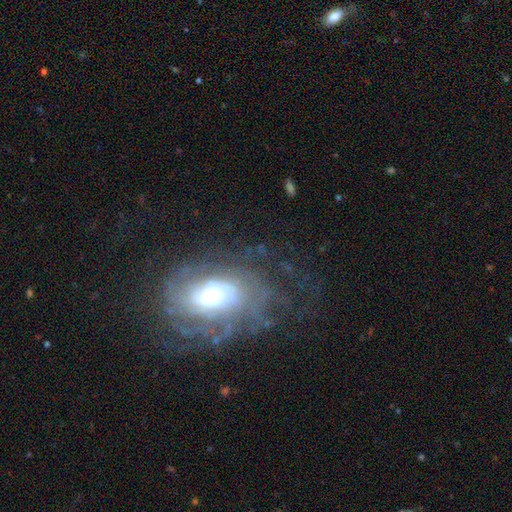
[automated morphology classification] Smooth or featured? Predicted: featured or disk (p=0.76). Edge-on disk? Predicted: no (p=0.96). Bar? Predicted: no (p=0.56). Spiral arms? Predicted: yes (p=0.88). Spiral winding? Predicted: tight (p=0.60). Spiral arm count? Predicted: can't tell (p=0.44). Bulge size? Predicted: moderate (p=0.50). Merging? Predicted: none (p=0.65).